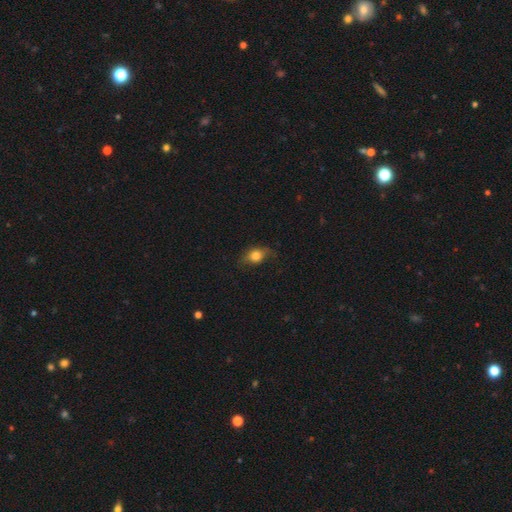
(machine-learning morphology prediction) Q: Smooth or featured?
A: smooth (75%); runner-up: featured or disk (15%)
Q: How rounded?
A: in between (60%); runner-up: round (37%)
Q: Merging?
A: none (62%); runner-up: minor disturbance (27%)